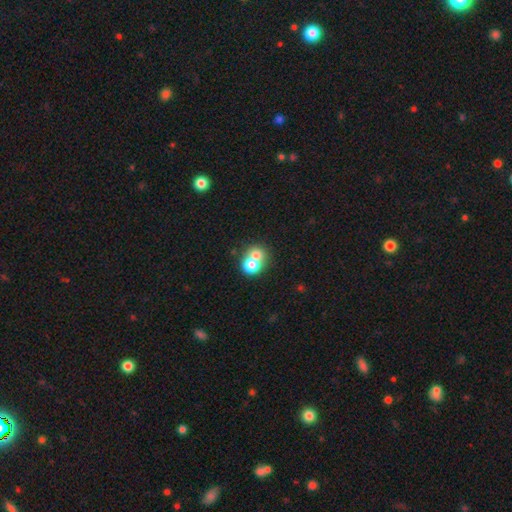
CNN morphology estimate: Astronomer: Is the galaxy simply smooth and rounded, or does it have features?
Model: smooth — 70%.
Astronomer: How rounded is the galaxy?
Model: round — 73%.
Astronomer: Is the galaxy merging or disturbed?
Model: merger — 65%.